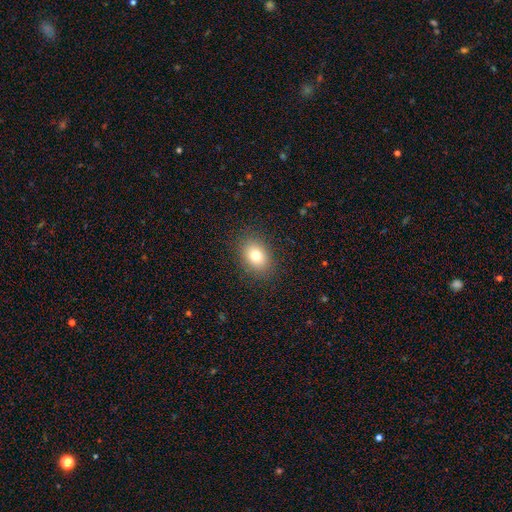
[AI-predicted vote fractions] Q: Smooth or featured?
A: smooth (78%); runner-up: star or artifact (11%)
Q: How rounded?
A: in between (66%); runner-up: round (33%)
Q: Merging?
A: none (87%); runner-up: minor disturbance (9%)